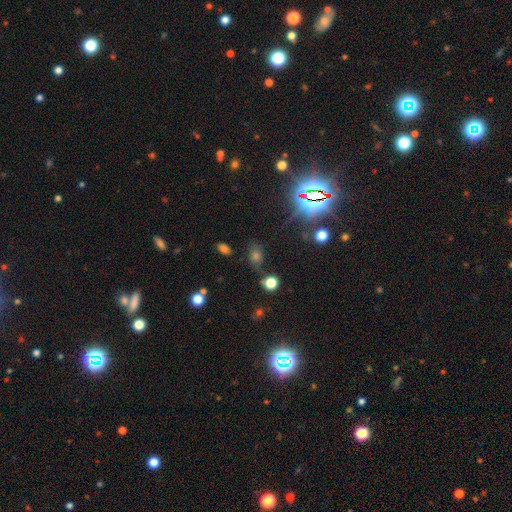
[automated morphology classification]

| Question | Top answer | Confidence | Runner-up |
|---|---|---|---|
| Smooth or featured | star or artifact | 47% | smooth (42%) |